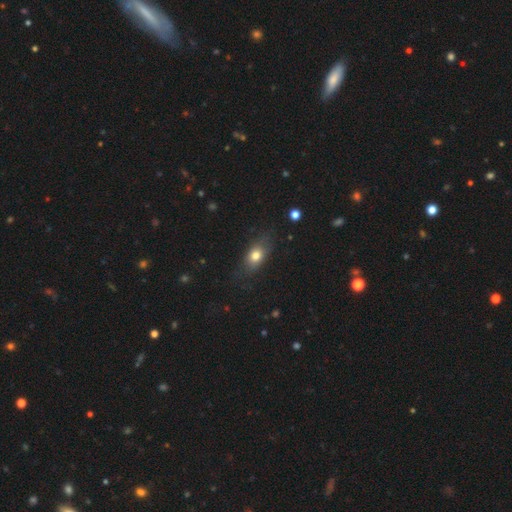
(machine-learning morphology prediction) Smooth or featured?
  - smooth: 76% *
  - featured or disk: 14%
  - star or artifact: 10%
How rounded?
  - in between: 73% *
  - round: 20%
  - cigar-shaped: 7%
Merging?
  - none: 76% *
  - minor disturbance: 17%
  - major disturbance: 6%
  - merger: 1%